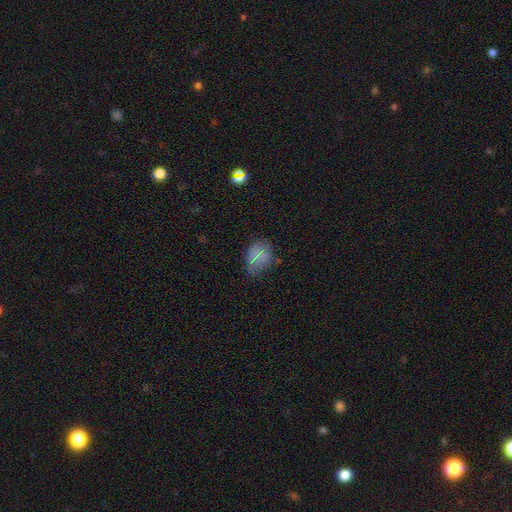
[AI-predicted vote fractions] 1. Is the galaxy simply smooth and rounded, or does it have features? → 60% smooth, 26% star or artifact, 14% featured or disk.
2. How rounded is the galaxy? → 59% in between, 39% round, 2% cigar-shaped.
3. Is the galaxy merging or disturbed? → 66% none, 23% minor disturbance, 9% major disturbance, 3% merger.